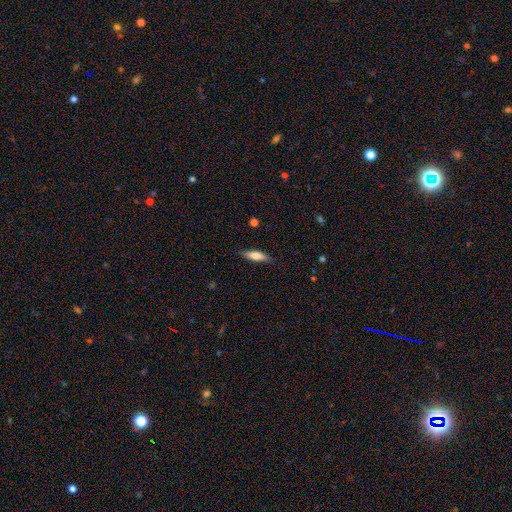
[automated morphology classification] This is likely a smooth galaxy (68%). How rounded: likely cigar-shaped (64%). Merging: clearly none (84%).